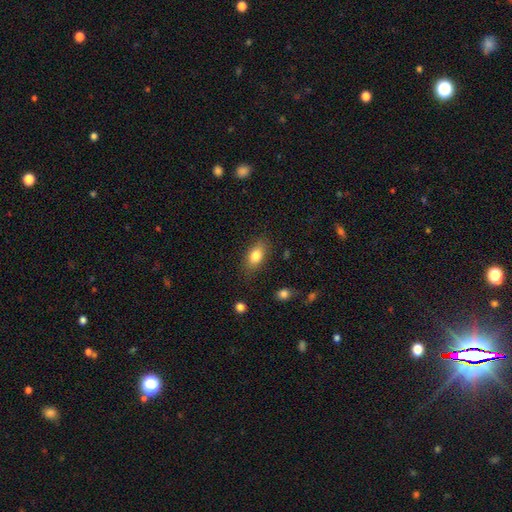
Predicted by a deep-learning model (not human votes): Morphology: type=smooth (81%); roundness=in between (85%); merging=none (82%).